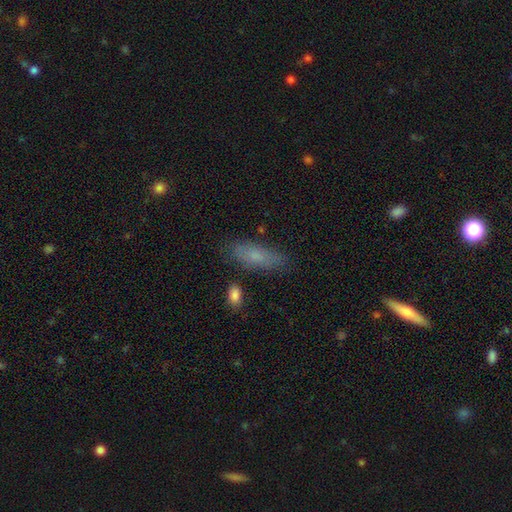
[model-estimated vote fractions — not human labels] Smooth or featured?
  - smooth: 73% *
  - featured or disk: 17%
  - star or artifact: 9%
How rounded?
  - in between: 57% *
  - cigar-shaped: 40%
  - round: 3%
Merging?
  - none: 76% *
  - minor disturbance: 16%
  - major disturbance: 4%
  - merger: 3%